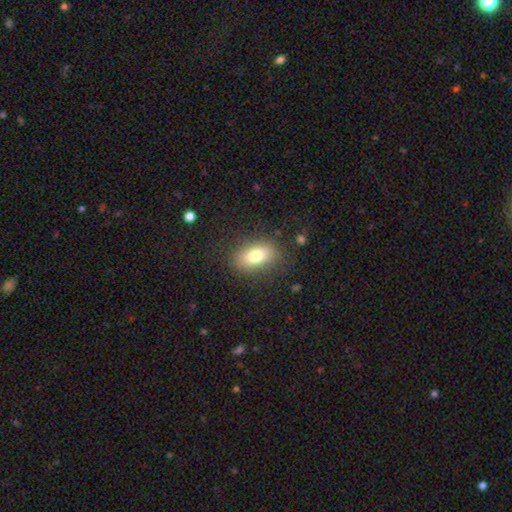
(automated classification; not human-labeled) Smooth or featured? Predicted: smooth (p=0.75). How rounded? Predicted: in between (p=0.84). Merging? Predicted: none (p=0.84).